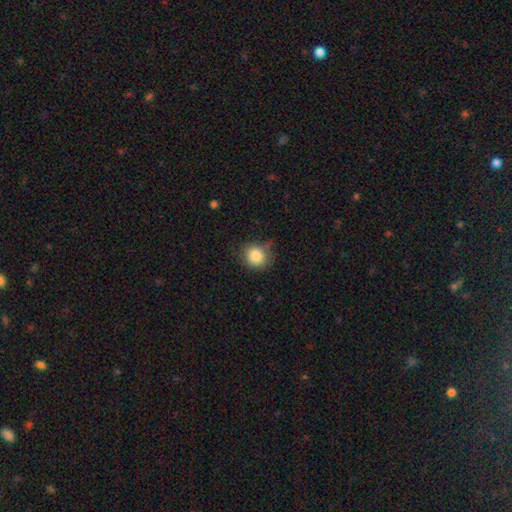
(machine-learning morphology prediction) Smooth or featured?
  - smooth: 85% *
  - star or artifact: 10%
  - featured or disk: 6%
How rounded?
  - round: 81% *
  - in between: 18%
  - cigar-shaped: 1%
Merging?
  - none: 72% *
  - minor disturbance: 20%
  - major disturbance: 5%
  - merger: 3%